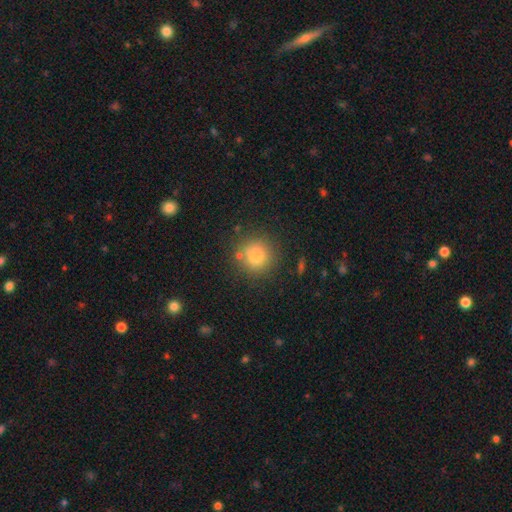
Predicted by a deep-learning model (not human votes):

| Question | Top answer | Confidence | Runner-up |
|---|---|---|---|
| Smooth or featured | smooth | 82% | star or artifact (12%) |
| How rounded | round | 90% | in between (9%) |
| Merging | none | 80% | minor disturbance (10%) |